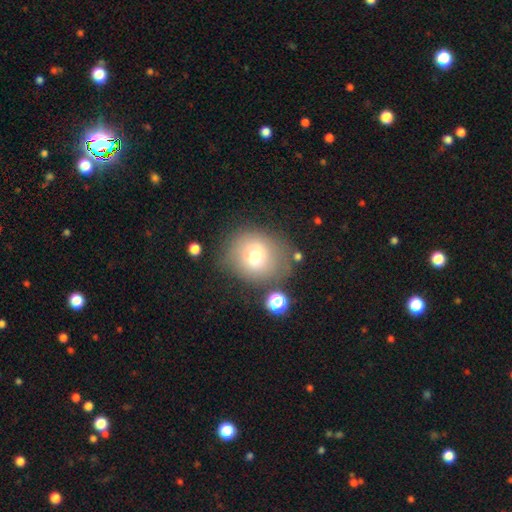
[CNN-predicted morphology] This appears to be a smooth galaxy with no disk features (67%) that is round (78%). Merging: none (67%).